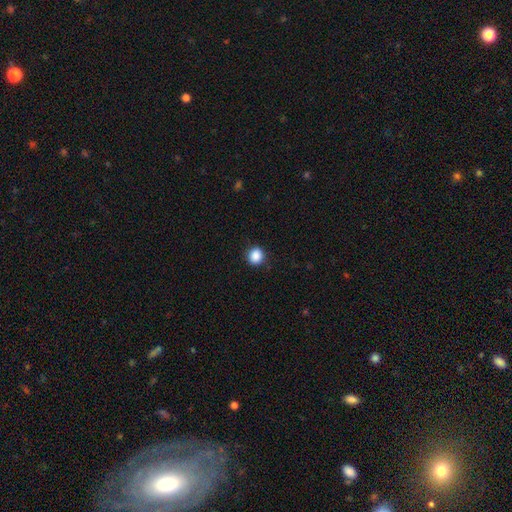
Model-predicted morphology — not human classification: Smooth or featured?
  - smooth: 88% *
  - star or artifact: 9%
  - featured or disk: 3%
How rounded?
  - round: 84% *
  - in between: 15%
  - cigar-shaped: 1%
Merging?
  - none: 88% *
  - minor disturbance: 8%
  - major disturbance: 2%
  - merger: 1%